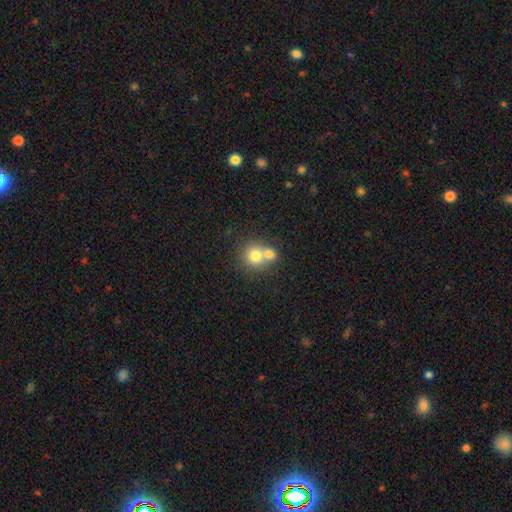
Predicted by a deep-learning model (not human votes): Overall: smooth (74%). How rounded: round (85%). Merging: merger (56%; none 36%).